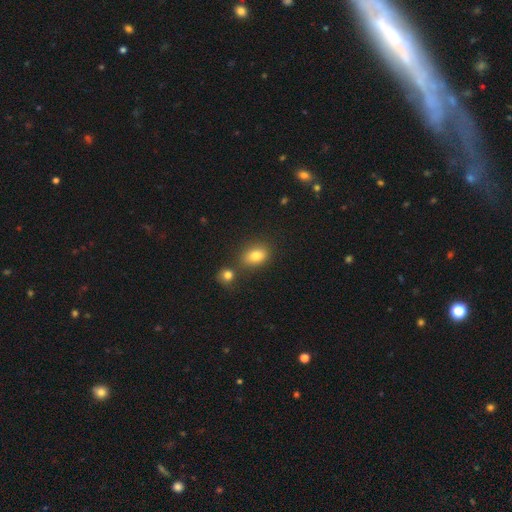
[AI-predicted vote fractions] smooth-or-featured: smooth: 82% | star or artifact: 10% | featured or disk: 8%
  how-rounded: in between: 73% | round: 25% | cigar-shaped: 2%
  merging: none: 67% | merger: 16% | minor disturbance: 13% | major disturbance: 4%